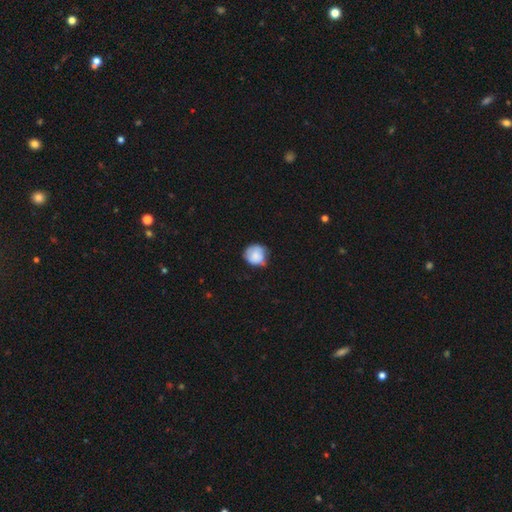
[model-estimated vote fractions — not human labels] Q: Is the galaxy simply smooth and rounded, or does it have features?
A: smooth — 76%.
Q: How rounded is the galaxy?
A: round — 85%.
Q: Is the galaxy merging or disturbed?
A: none — 56%.